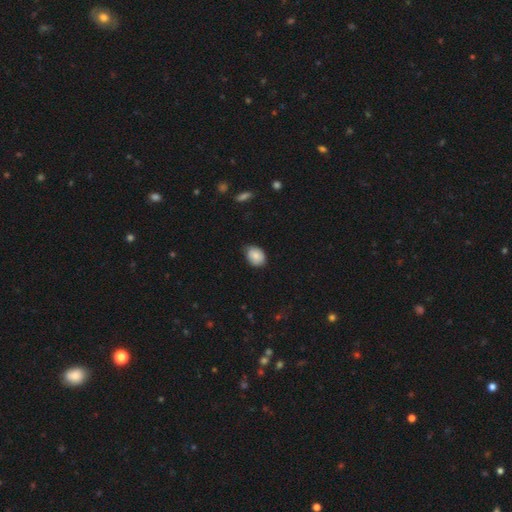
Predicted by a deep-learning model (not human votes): Smooth or featured?
  - smooth: 83% *
  - featured or disk: 10%
  - star or artifact: 7%
How rounded?
  - in between: 65% *
  - round: 34%
  - cigar-shaped: 1%
Merging?
  - none: 67% *
  - minor disturbance: 27%
  - major disturbance: 4%
  - merger: 1%